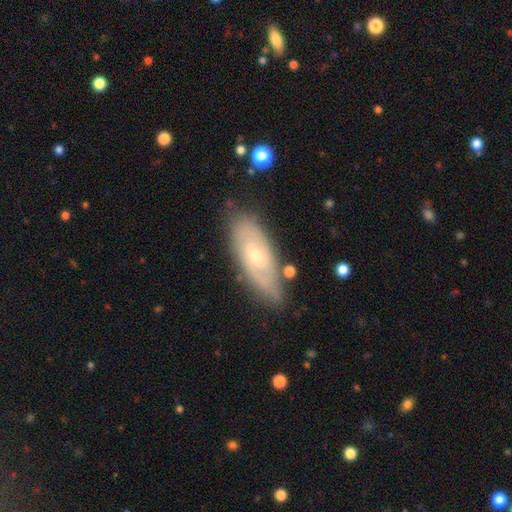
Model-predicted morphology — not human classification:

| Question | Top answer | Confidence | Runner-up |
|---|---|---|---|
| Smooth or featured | featured or disk | 65% | smooth (29%) |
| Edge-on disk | no | 84% | yes (16%) |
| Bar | weak | 46% | no (44%) |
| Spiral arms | yes | 80% | no (20%) |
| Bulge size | small | 63% | moderate (32%) |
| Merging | none | 75% | minor disturbance (18%) |